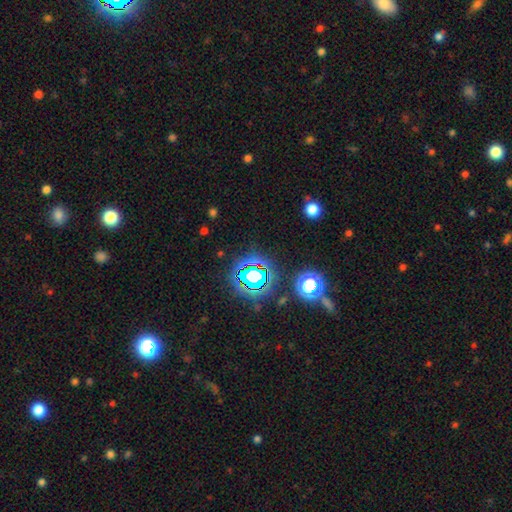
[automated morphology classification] Q: Smooth or featured?
A: star or artifact (79%); runner-up: smooth (13%)